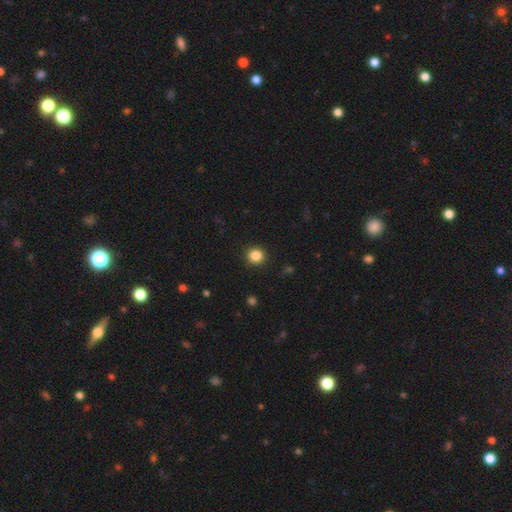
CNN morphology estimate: This appears to be a smooth galaxy with no disk features (85%) that is round (91%). Merging: none (91%).